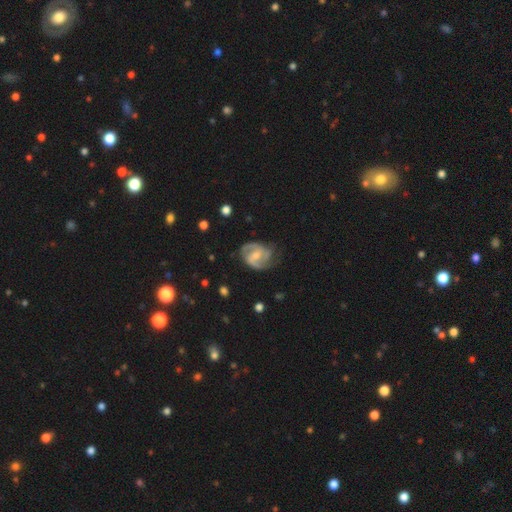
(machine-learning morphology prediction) smooth-or-featured: featured or disk: 84% | smooth: 11% | star or artifact: 5%
  disk-edge-on: no: 98% | yes: 2%
    bar: weak: 52% | no: 29% | strong: 19%
    has-spiral-arms: yes: 95% | no: 5%
      spiral-winding: medium: 53% | tight: 26% | loose: 21%
      spiral-arm-count: 2: 74% | 3: 12% | can't tell: 8% | 1: 3% | 4: 2% | more than 4: 2%
    bulge-size: small: 47% | moderate: 43% | none: 7% | large: 3% | dominant: 1%
  merging: none: 65% | minor disturbance: 23% | major disturbance: 11% | merger: 2%